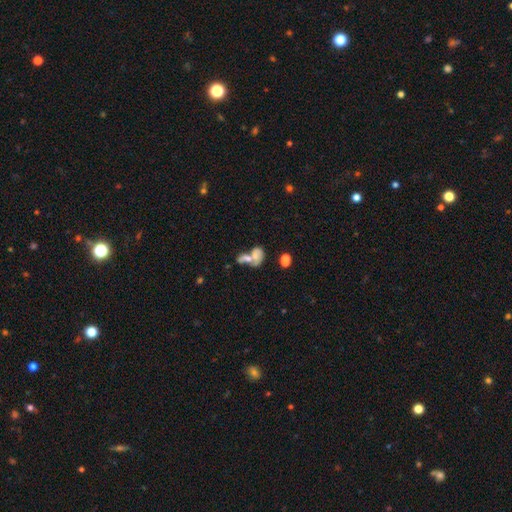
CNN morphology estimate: Smooth or featured: smooth — 51% (featured or disk — 37%)
How rounded: in between — 78% (round — 19%)
Merging: merger — 66% (none — 16%)